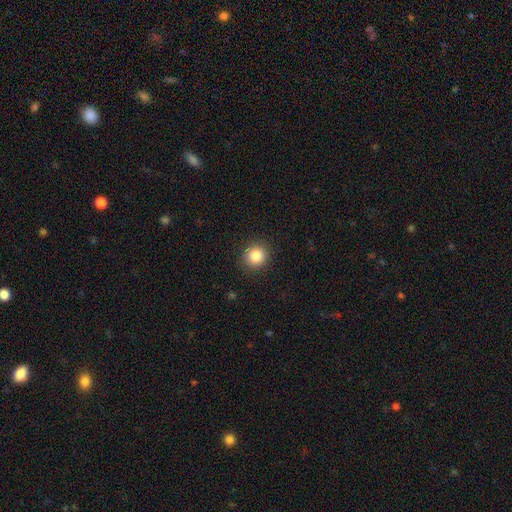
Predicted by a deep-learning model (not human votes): A smooth galaxy with no disk features (84%) that is round (90%). Merging: none (90%).